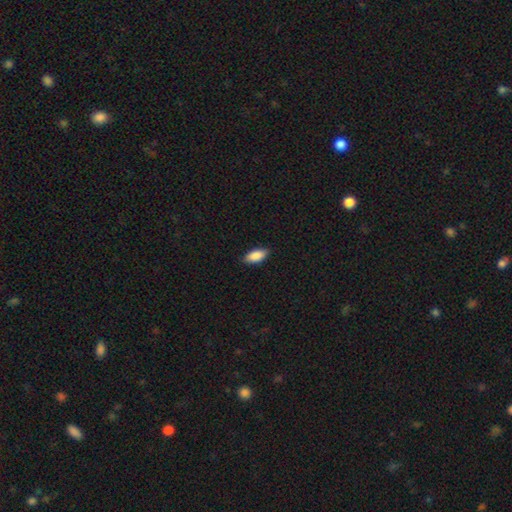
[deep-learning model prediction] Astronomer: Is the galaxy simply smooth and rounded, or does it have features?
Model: smooth — 89%.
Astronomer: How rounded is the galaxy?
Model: in between — 89%.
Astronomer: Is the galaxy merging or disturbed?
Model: none — 86%.